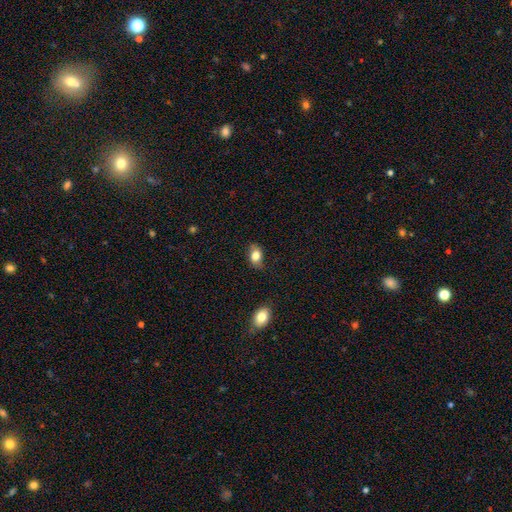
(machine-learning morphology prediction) Smooth or featured: smooth — 78% (featured or disk — 14%)
How rounded: in between — 83% (round — 15%)
Merging: none — 77% (minor disturbance — 18%)